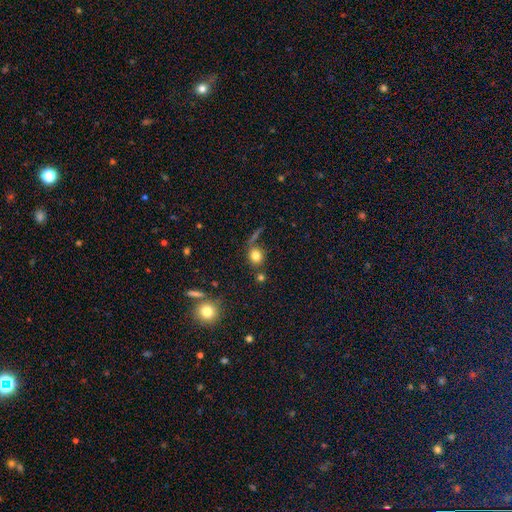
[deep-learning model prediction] Smooth or featured? smooth (80%)
How rounded? round (74%)
Merging? none (65%)